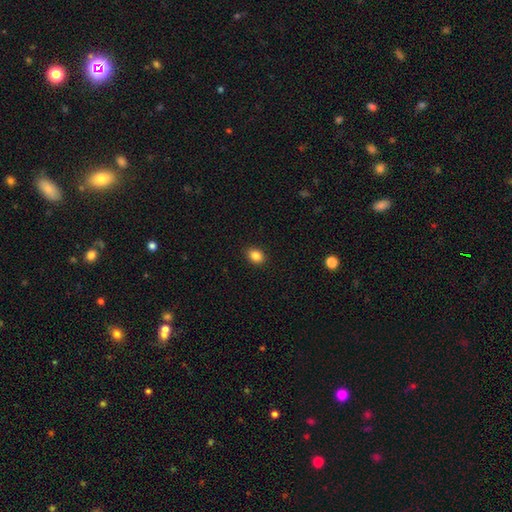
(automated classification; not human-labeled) The model was most divided on "how rounded": in between: 59%, round: 40%, cigar-shaped: 1%. More confident: merging — none (90%); smooth or featured — smooth (86%).